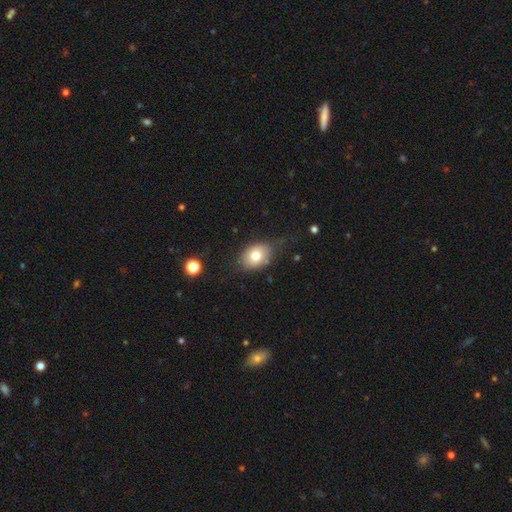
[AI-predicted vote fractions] Overall: smooth (76%). How rounded: in between (69%; round 30%). Merging: none (67%).